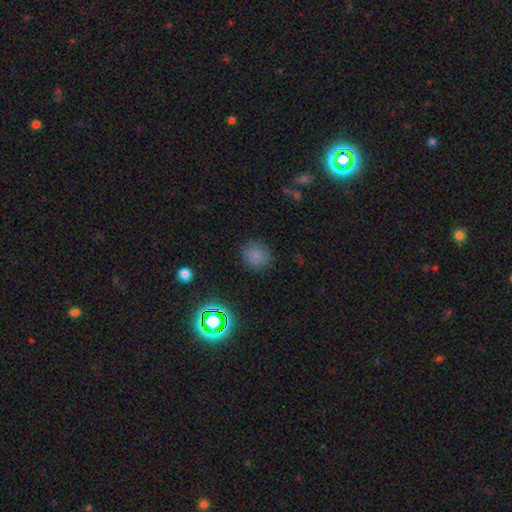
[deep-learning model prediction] smooth_or_featured: smooth (p=0.79) [alt: star or artifact p=0.15]
how_rounded: round (p=0.84) [alt: in between p=0.15]
merging: none (p=0.85) [alt: minor disturbance p=0.10]